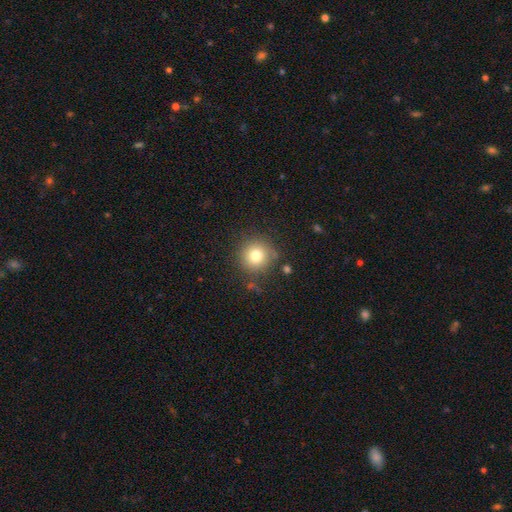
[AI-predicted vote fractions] smooth_or_featured: smooth (p=0.78) [alt: star or artifact p=0.12]
how_rounded: round (p=0.93) [alt: in between p=0.06]
merging: none (p=0.83) [alt: minor disturbance p=0.11]